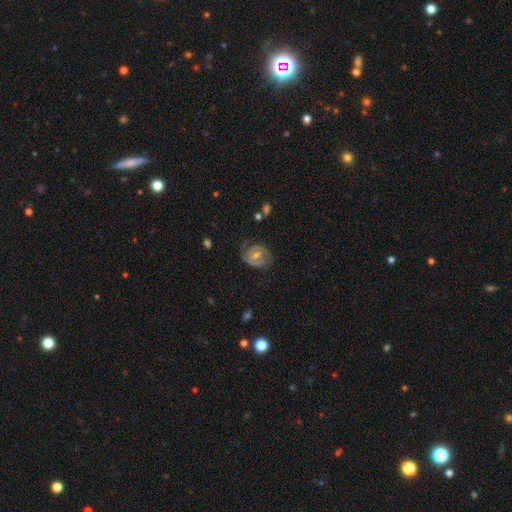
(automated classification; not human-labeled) featured or disk 58%, smooth 36%, star or artifact 7%. Down the decision tree: edge-on disk — no (96%); bar — no (56%); spiral arms — yes (58%); bulge size — moderate (61%); merging — none (62%).